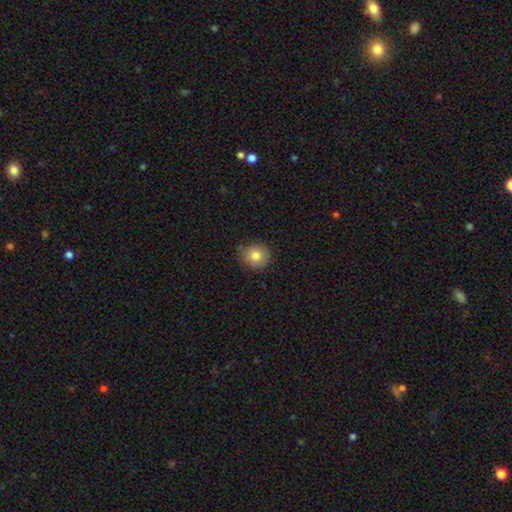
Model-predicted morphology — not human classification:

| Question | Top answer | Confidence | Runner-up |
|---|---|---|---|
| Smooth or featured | smooth | 82% | star or artifact (10%) |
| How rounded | round | 89% | in between (10%) |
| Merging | none | 80% | minor disturbance (16%) |